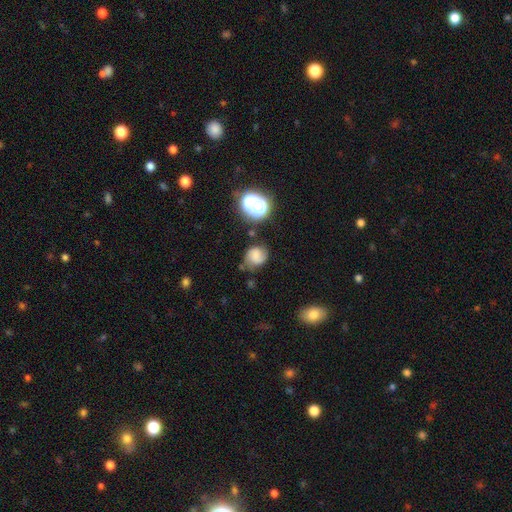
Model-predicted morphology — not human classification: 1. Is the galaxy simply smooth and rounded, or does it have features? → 52% smooth, 34% featured or disk, 14% star or artifact.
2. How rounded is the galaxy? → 65% round, 34% in between, 1% cigar-shaped.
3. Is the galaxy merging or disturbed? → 58% none, 26% minor disturbance, 10% major disturbance, 6% merger.